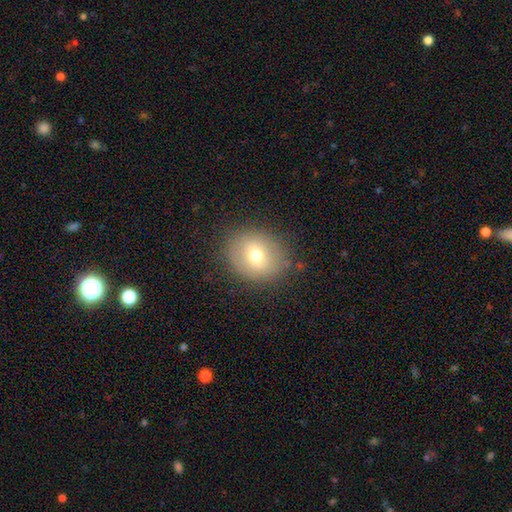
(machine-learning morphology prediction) This is likely a smooth galaxy (67%). How rounded: likely round (68%). Merging: clearly none (83%).